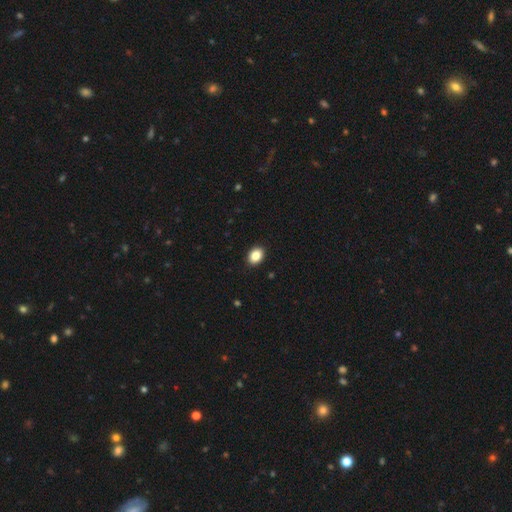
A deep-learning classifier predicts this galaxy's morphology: Q: Smooth or featured?
A: smooth (86%); runner-up: star or artifact (8%)
Q: How rounded?
A: in between (73%); runner-up: round (26%)
Q: Merging?
A: none (91%); runner-up: minor disturbance (6%)